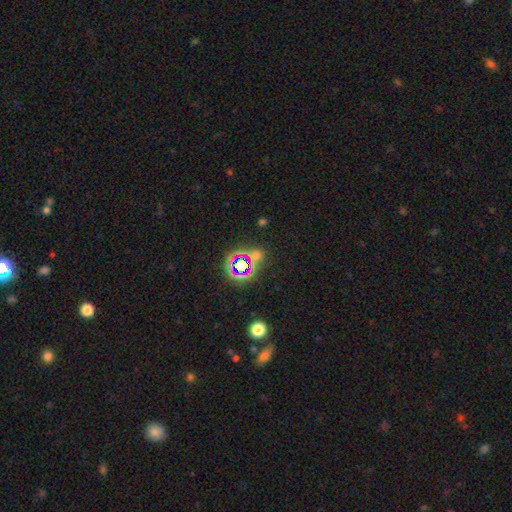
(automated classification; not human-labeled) Smooth or featured? star or artifact (56%)